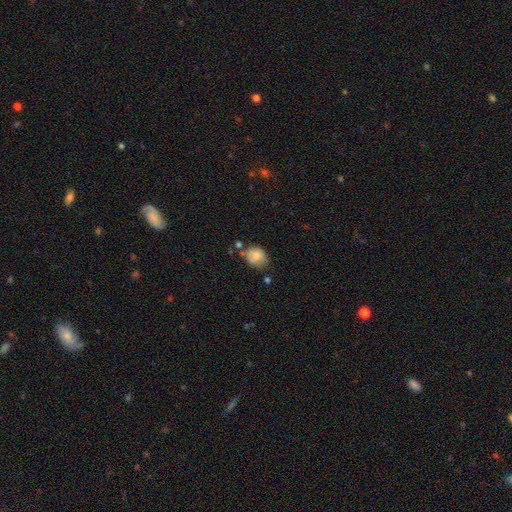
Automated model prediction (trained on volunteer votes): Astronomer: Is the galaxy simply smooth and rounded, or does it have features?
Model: smooth — 77%.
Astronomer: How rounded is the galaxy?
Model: round — 51% (runner-up: in between, 48%).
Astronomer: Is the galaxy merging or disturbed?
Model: none — 51% (runner-up: minor disturbance, 29%).